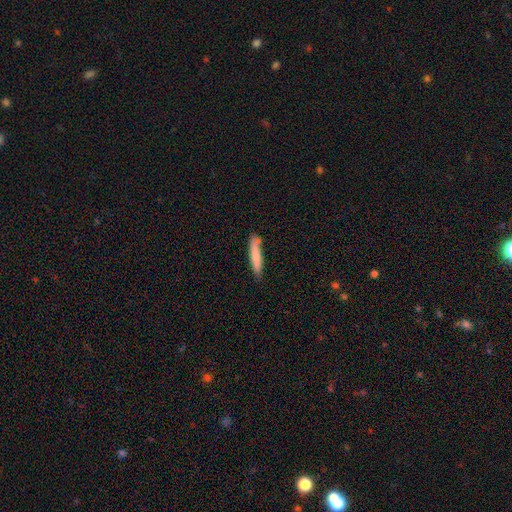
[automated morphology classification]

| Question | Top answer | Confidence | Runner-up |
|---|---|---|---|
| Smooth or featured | smooth | 76% | featured or disk (18%) |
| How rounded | cigar-shaped | 90% | in between (9%) |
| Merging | none | 71% | minor disturbance (20%) |